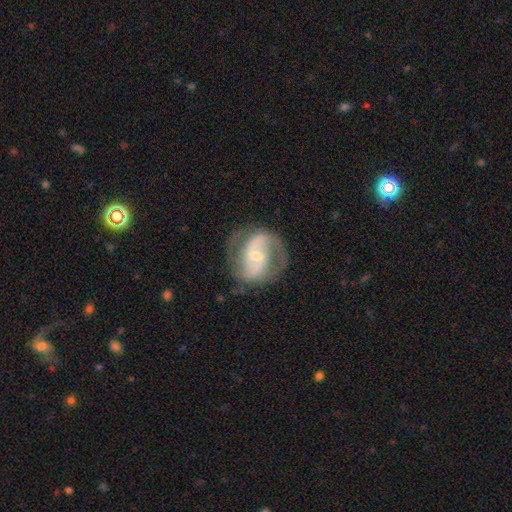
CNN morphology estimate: This appears to be a featured or disk galaxy (85%) with a weak bar (48%), 2 (84%) medium (54%) spiral arms (95%) and a small central bulge (55%). Merging: none (71%).